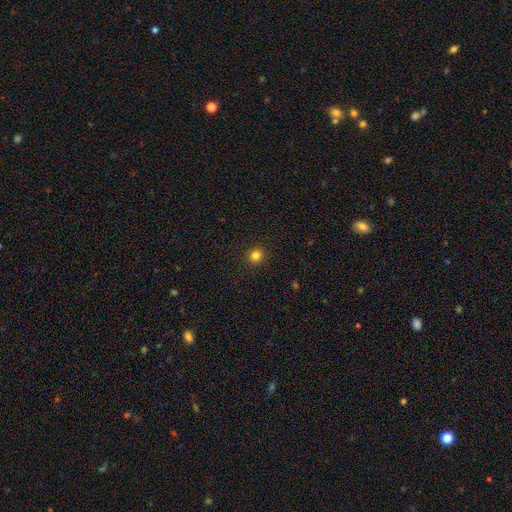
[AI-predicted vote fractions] A smooth galaxy with no disk features (82%) that is round (90%).

Vote fractions:
- Smooth or featured? smooth: 82% / star or artifact: 13% / featured or disk: 5%
- How rounded? round: 90% / in between: 9% / cigar-shaped: 1%
- Merging? none: 92% / minor disturbance: 5% / major disturbance: 2% / merger: 1%